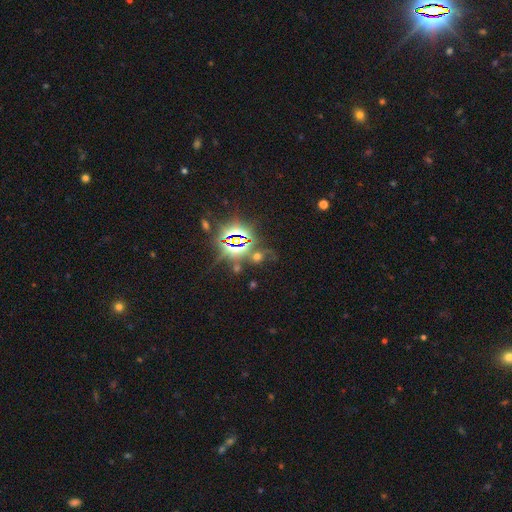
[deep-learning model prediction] Morphology: type=star or artifact (80%).